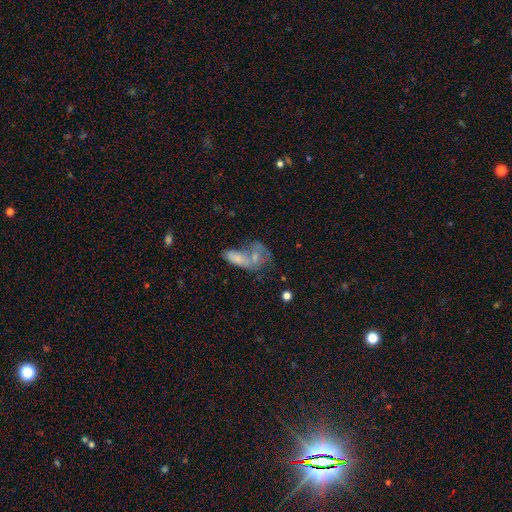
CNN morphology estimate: The model was most divided on "smooth or featured": smooth: 51%, featured or disk: 34%, star or artifact: 16%. More confident: how rounded — in between (75%); merging — merger (55%).